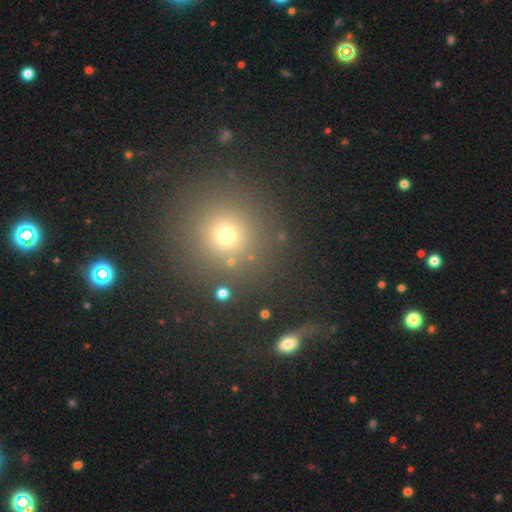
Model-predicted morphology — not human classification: type=smooth (55%); roundness=round (93%); merging=none (87%).